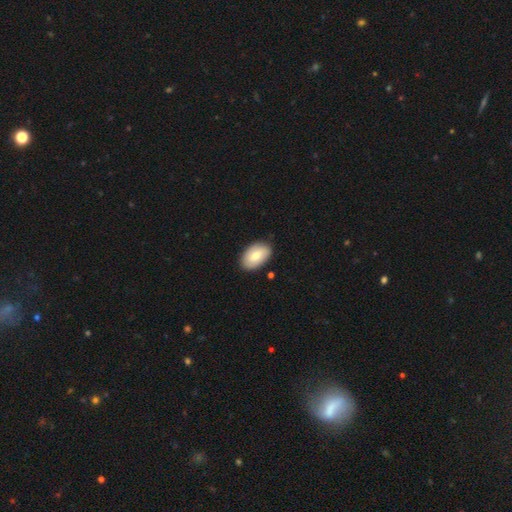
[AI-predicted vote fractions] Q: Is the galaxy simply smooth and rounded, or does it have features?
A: smooth — 77%.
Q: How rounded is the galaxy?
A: in between — 94%.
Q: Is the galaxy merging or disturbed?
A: none — 86%.